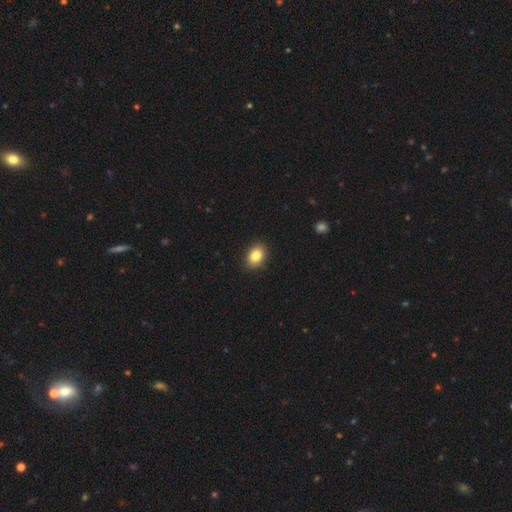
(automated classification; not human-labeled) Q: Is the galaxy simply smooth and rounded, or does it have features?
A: smooth — 84%.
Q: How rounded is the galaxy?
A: in between — 73%.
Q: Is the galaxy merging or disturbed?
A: none — 90%.